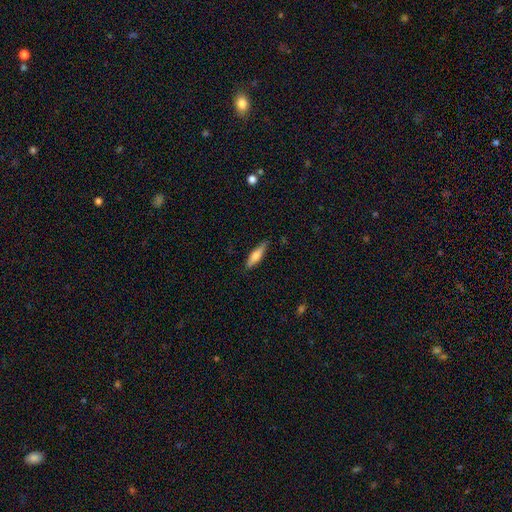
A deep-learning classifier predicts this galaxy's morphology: Overall: smooth (59%; featured or disk 35%). How rounded: cigar-shaped (71%). Merging: none (85%).